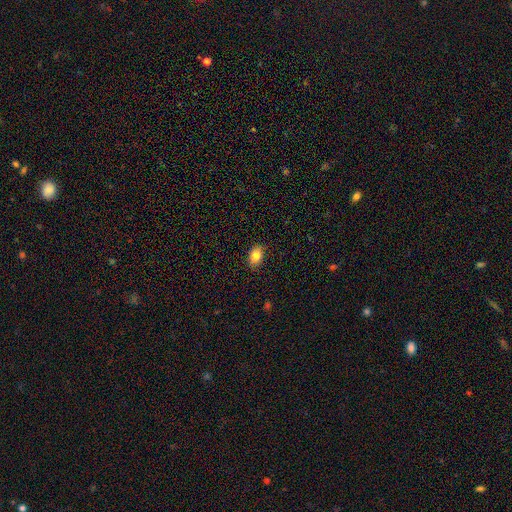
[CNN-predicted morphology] This appears to be a smooth galaxy with no disk features (84%) that is in between round and cigar-shaped (82%). Merging: none (87%).